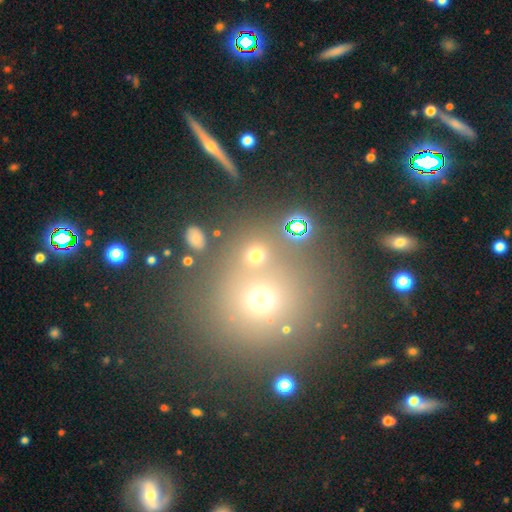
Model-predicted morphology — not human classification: Q: Smooth or featured?
A: smooth (63%); runner-up: star or artifact (28%)
Q: How rounded?
A: round (84%); runner-up: in between (15%)
Q: Merging?
A: none (61%); runner-up: merger (28%)